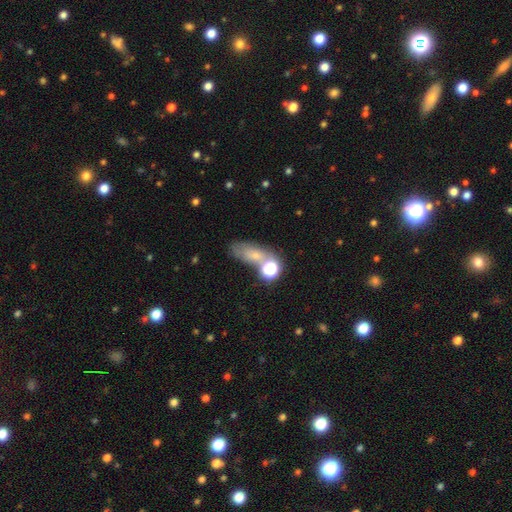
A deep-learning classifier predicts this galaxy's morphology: Q: Smooth or featured?
A: smooth (59%); runner-up: star or artifact (22%)
Q: How rounded?
A: in between (65%); runner-up: round (18%)
Q: Merging?
A: none (46%); runner-up: merger (23%)